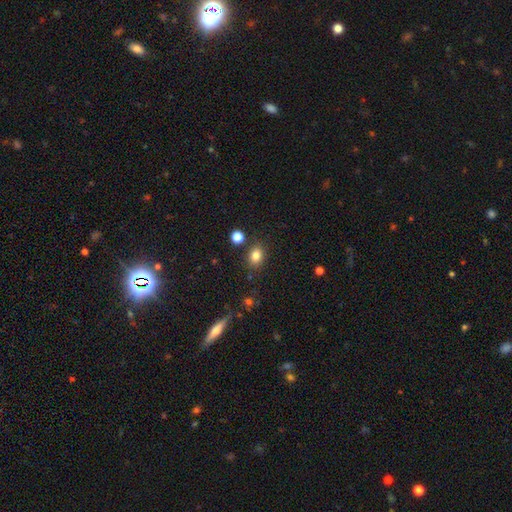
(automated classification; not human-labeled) smooth 81%, star or artifact 12%, featured or disk 7%. Down the decision tree: how rounded — in between (58%); merging — none (81%).